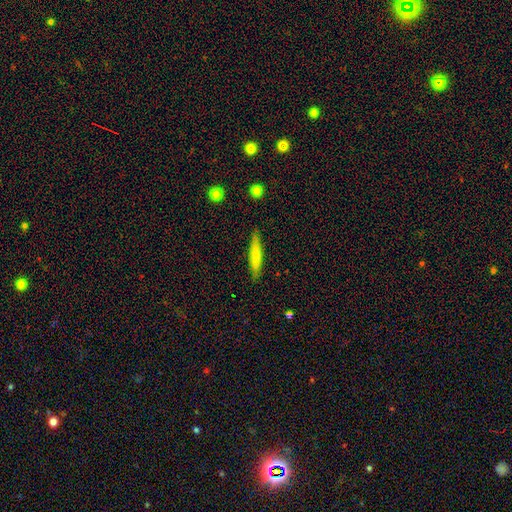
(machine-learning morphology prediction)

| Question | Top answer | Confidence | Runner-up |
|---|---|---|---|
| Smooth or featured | smooth | 71% | featured or disk (23%) |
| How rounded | cigar-shaped | 92% | in between (7%) |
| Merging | none | 88% | minor disturbance (9%) |